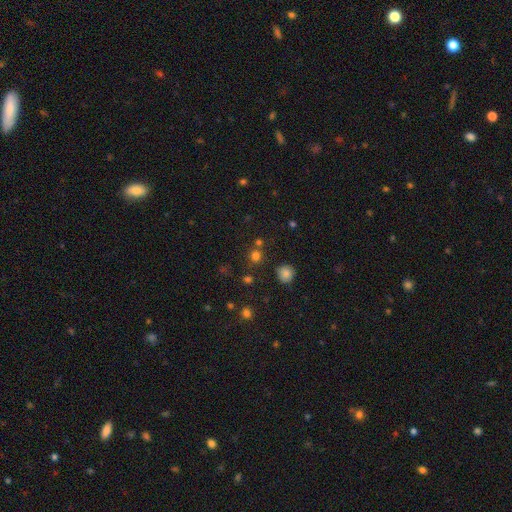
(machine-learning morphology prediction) smooth_or_featured: smooth (p=0.73) [alt: star or artifact p=0.21]
how_rounded: round (p=0.88) [alt: in between p=0.11]
merging: none (p=0.74) [alt: merger p=0.14]